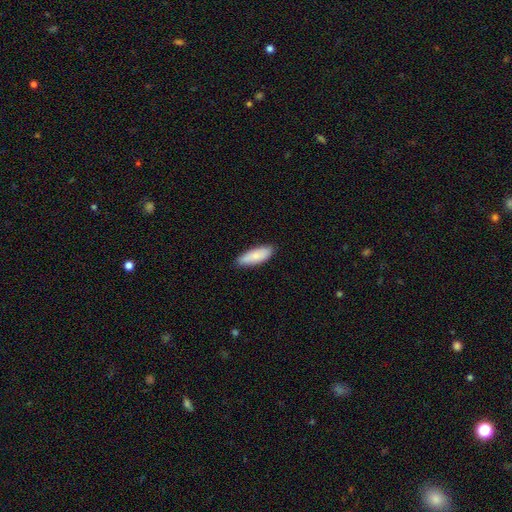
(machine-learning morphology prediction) Q: Smooth or featured?
A: smooth (80%); runner-up: featured or disk (14%)
Q: How rounded?
A: in between (59%); runner-up: cigar-shaped (39%)
Q: Merging?
A: none (85%); runner-up: minor disturbance (12%)